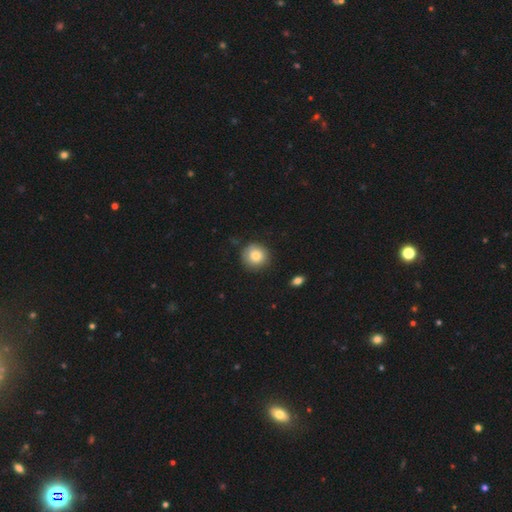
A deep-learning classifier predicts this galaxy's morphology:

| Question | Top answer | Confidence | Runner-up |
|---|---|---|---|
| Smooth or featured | smooth | 81% | featured or disk (11%) |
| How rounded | round | 92% | in between (7%) |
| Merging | none | 82% | minor disturbance (13%) |